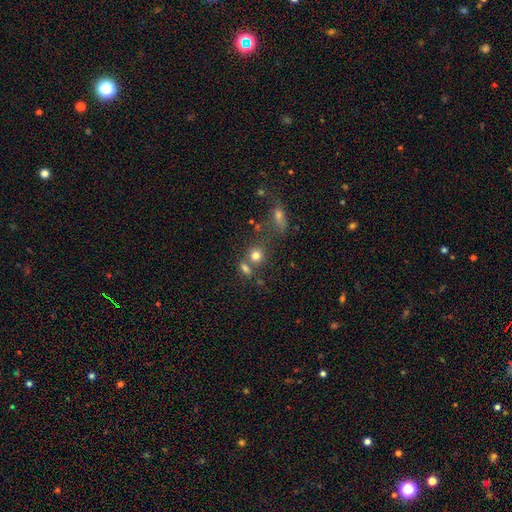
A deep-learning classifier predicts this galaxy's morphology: Smooth or featured? smooth (76%)
How rounded? round (72%)
Merging? none (51%)